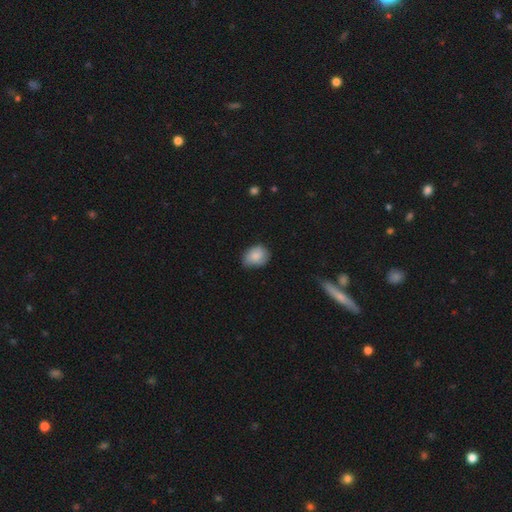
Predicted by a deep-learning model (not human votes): Smooth or featured? smooth (83%)
How rounded? in between (60%)
Merging? none (67%)